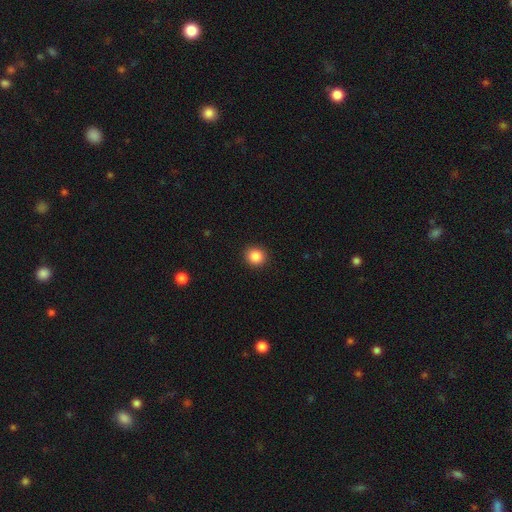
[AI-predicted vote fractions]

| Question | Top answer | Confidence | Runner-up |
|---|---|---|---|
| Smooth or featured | smooth | 86% | star or artifact (10%) |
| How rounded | round | 90% | in between (9%) |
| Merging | none | 92% | minor disturbance (5%) |